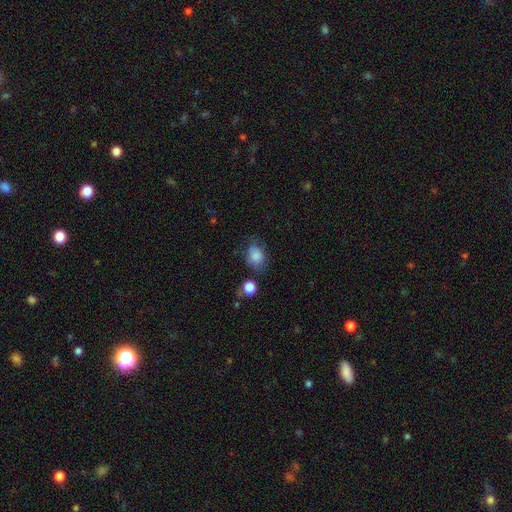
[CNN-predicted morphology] A smooth galaxy with no disk features (81%) that is in between round and cigar-shaped (61%). Merging: none (56%).